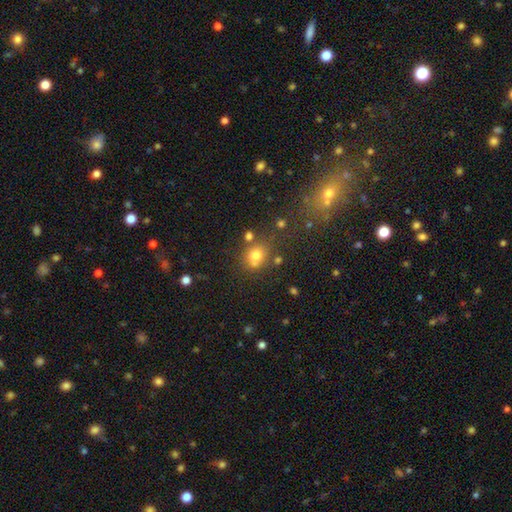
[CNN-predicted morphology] A smooth galaxy with no disk features (72%) that is round (72%). Merging: none (60%).